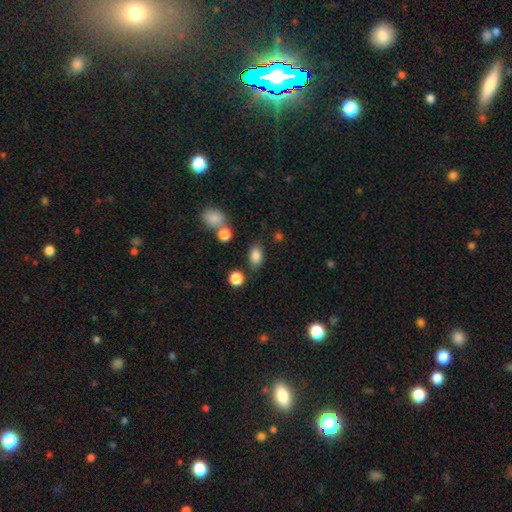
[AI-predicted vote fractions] smooth 84%, star or artifact 10%, featured or disk 6%. Down the decision tree: how rounded — in between (82%); merging — none (74%).